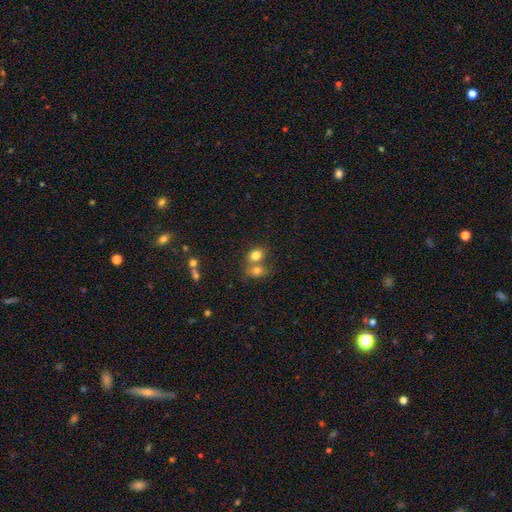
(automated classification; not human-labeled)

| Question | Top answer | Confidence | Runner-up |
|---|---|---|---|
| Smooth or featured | smooth | 78% | star or artifact (11%) |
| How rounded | round | 53% | in between (46%) |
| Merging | merger | 53% | none (36%) |